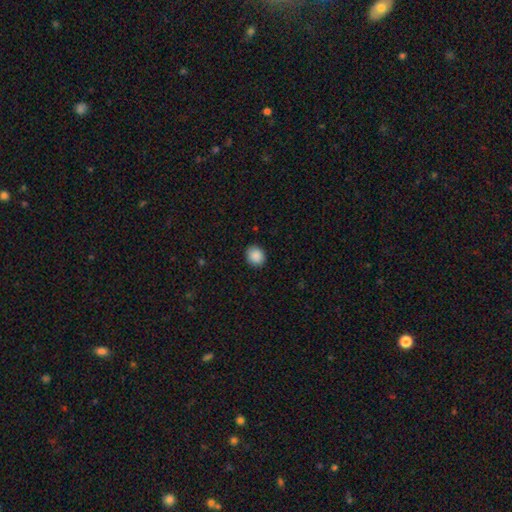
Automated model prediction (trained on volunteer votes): A smooth galaxy with no disk features (89%) that is round (73%). Merging: none (89%).